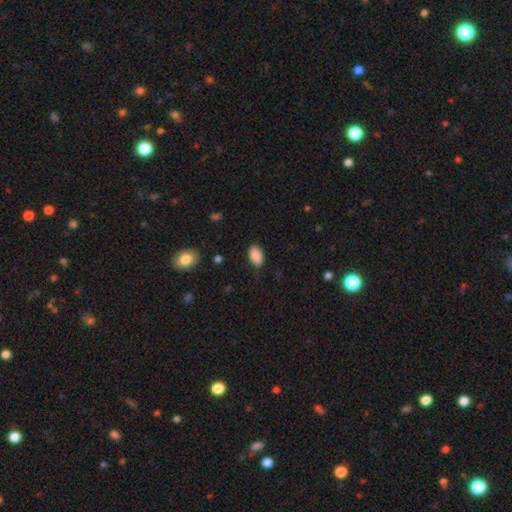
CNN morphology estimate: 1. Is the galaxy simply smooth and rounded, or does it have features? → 89% smooth, 7% star or artifact, 4% featured or disk.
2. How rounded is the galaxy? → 92% in between, 6% round, 2% cigar-shaped.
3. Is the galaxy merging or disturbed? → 83% none, 13% minor disturbance, 3% major disturbance, 1% merger.